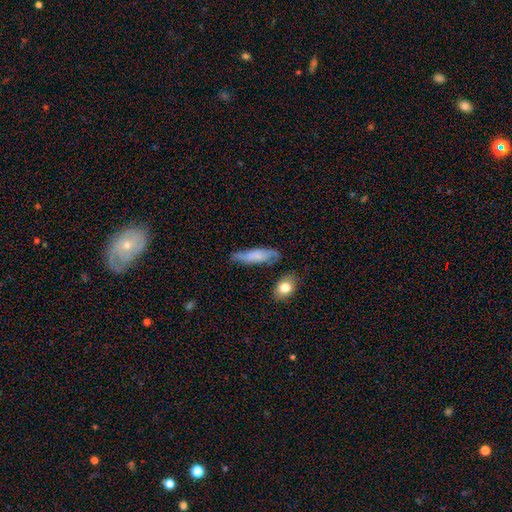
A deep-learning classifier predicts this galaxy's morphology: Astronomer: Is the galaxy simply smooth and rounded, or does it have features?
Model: smooth — 53% (runner-up: featured or disk, 39%).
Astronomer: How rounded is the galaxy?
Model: cigar-shaped — 54% (runner-up: in between, 43%).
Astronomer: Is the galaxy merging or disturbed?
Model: none — 62%.